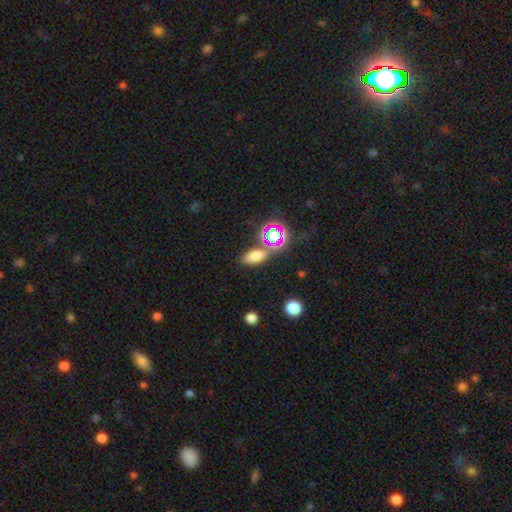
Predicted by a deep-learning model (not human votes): A smooth galaxy with no disk features (67%) that is in between round and cigar-shaped (80%). Merging: none (73%).